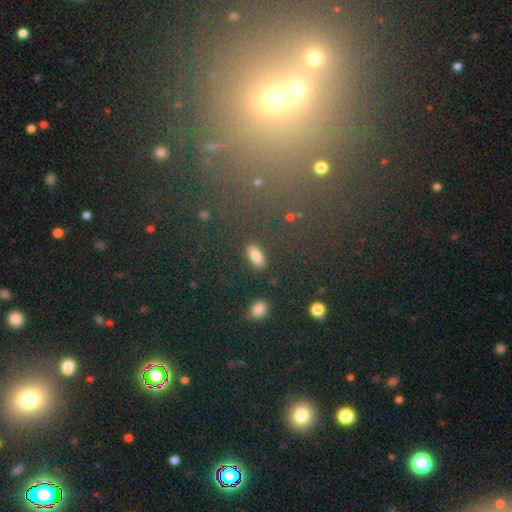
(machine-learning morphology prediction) smooth_or_featured: smooth (p=0.84) [alt: star or artifact p=0.09]
how_rounded: in between (p=0.88) [alt: cigar-shaped p=0.08]
merging: none (p=0.86) [alt: minor disturbance p=0.09]